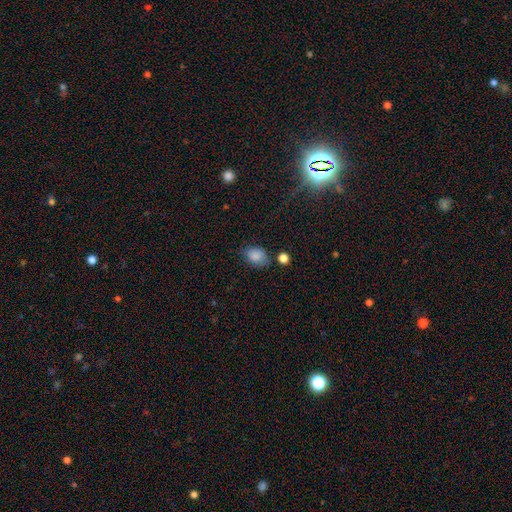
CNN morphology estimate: Smooth or featured? smooth (85%)
How rounded? in between (69%)
Merging? none (63%)